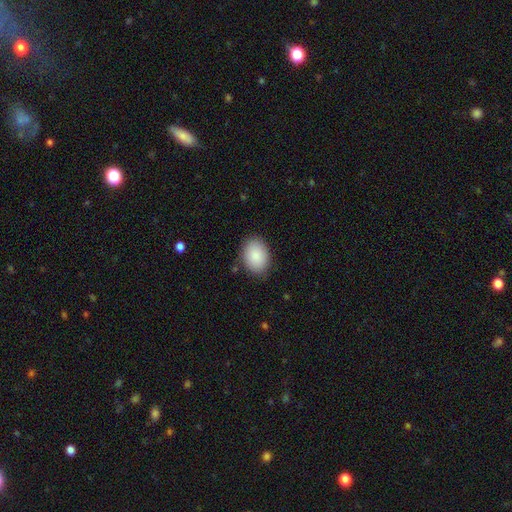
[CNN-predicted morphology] The model was most divided on "how rounded": in between: 71%, round: 28%, cigar-shaped: 1%. More confident: smooth or featured — smooth (87%); merging — none (85%).